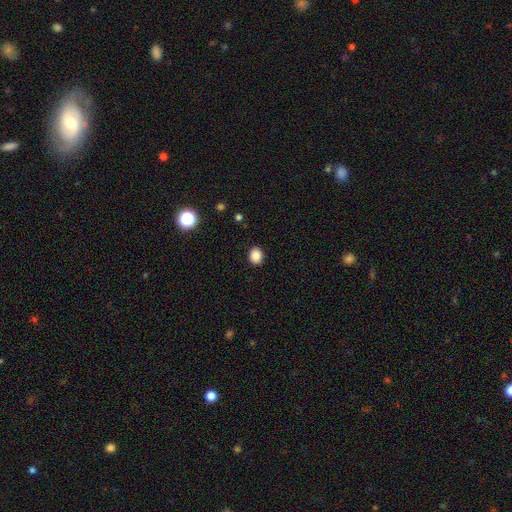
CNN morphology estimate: This is clearly a smooth galaxy (87%). How rounded: likely round (61%). Merging: clearly none (90%).